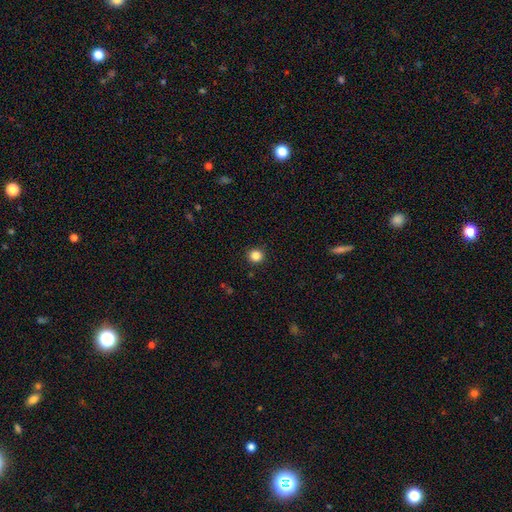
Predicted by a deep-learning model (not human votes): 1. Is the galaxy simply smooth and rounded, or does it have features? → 85% smooth, 11% star or artifact, 3% featured or disk.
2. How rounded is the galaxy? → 93% round, 6% in between, 1% cigar-shaped.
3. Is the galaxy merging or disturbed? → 92% none, 5% minor disturbance, 2% major disturbance, 1% merger.